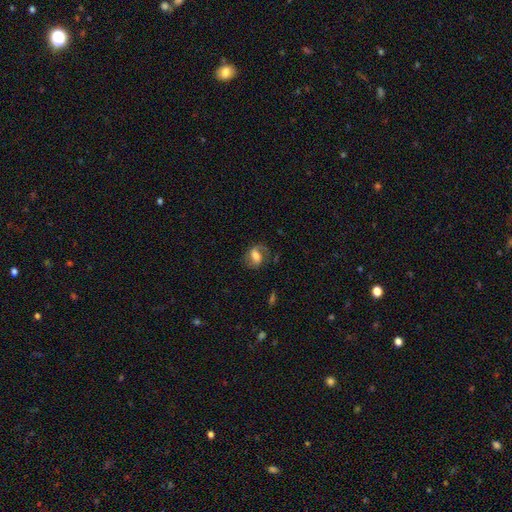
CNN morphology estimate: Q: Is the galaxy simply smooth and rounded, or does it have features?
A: featured or disk — 50%.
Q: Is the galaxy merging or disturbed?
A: none — 62%.